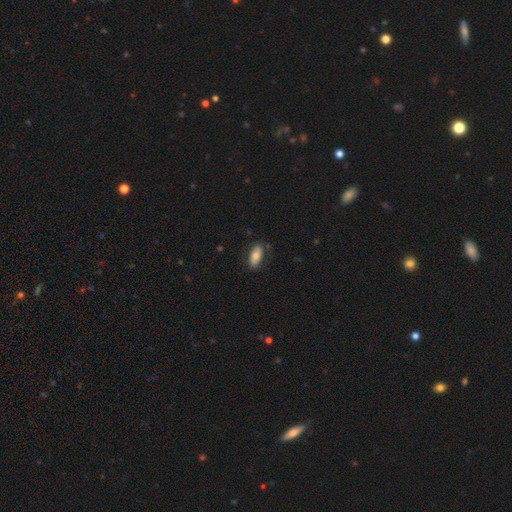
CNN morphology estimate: Smooth or featured: smooth — 68% (featured or disk — 25%)
How rounded: in between — 89% (cigar-shaped — 7%)
Merging: none — 76% (minor disturbance — 17%)